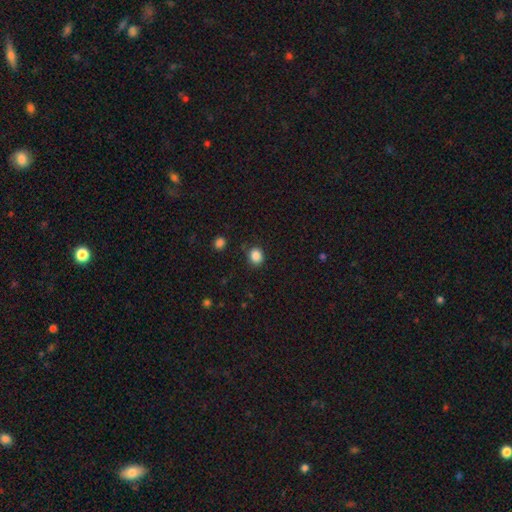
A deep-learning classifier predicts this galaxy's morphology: This appears to be a smooth galaxy with no disk features (86%) that is round (69%). Merging: none (82%).